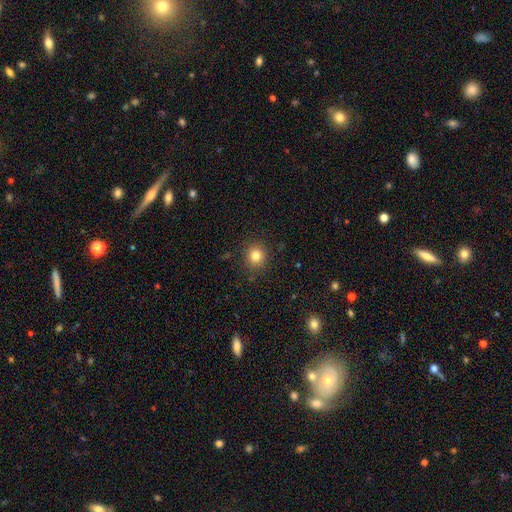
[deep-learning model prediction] smooth_or_featured: smooth (p=0.81) [alt: star or artifact p=0.12]
how_rounded: round (p=0.90) [alt: in between p=0.09]
merging: none (p=0.90) [alt: minor disturbance p=0.07]